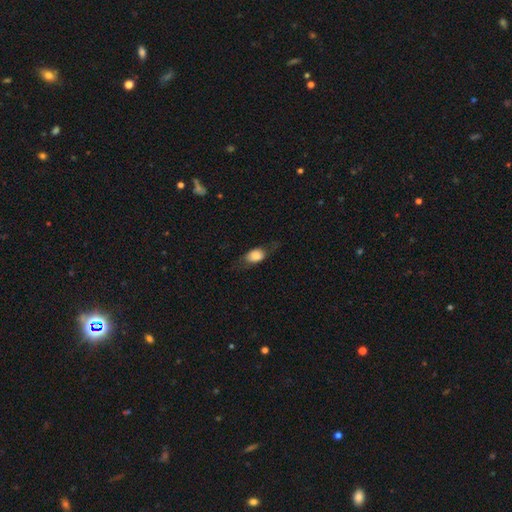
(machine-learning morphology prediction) smooth 73%, featured or disk 19%, star or artifact 8%. Down the decision tree: how rounded — in between (76%); merging — none (64%).